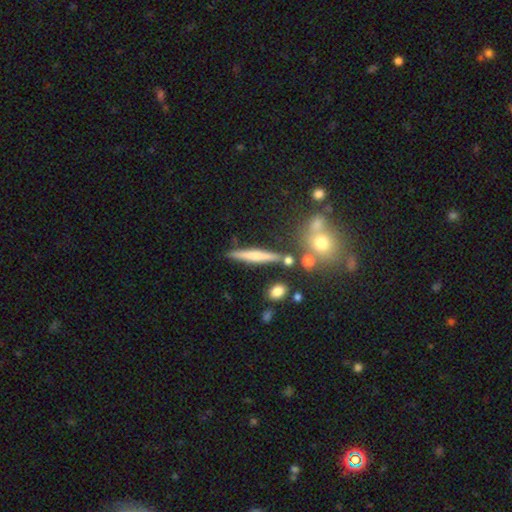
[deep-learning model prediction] This appears to be a smooth galaxy with no disk features (53%) that is cigar-shaped (88%). Merging: none (81%).